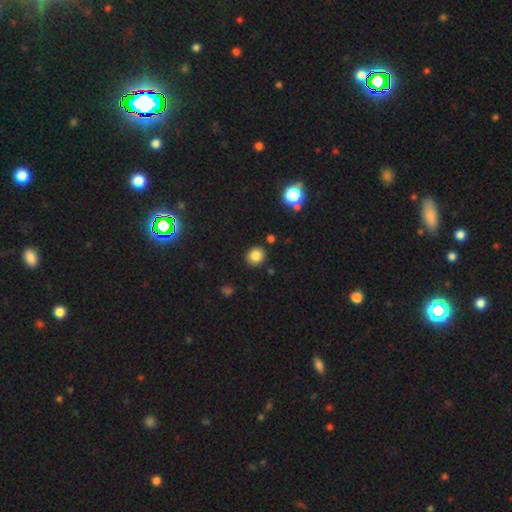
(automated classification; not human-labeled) Morphology: type=smooth (83%); roundness=round (87%); merging=none (88%).